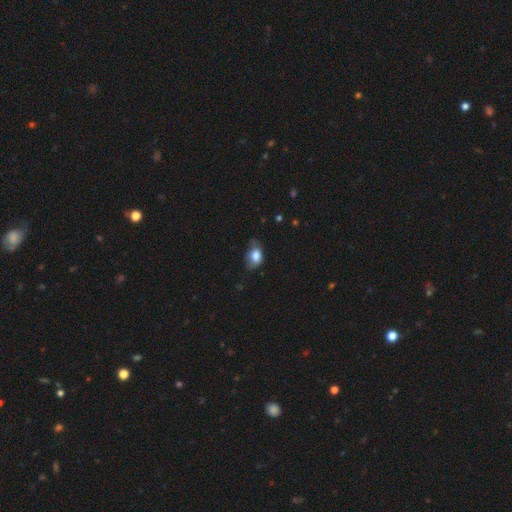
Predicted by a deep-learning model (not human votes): Morphology: type=smooth (78%); roundness=in between (76%); merging=minor disturbance (41%).